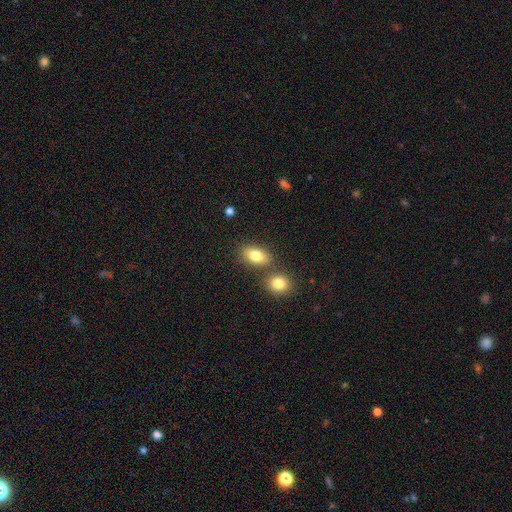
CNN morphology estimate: Q: Smooth or featured?
A: smooth (83%); runner-up: featured or disk (9%)
Q: How rounded?
A: in between (86%); runner-up: round (11%)
Q: Merging?
A: none (65%); runner-up: merger (22%)